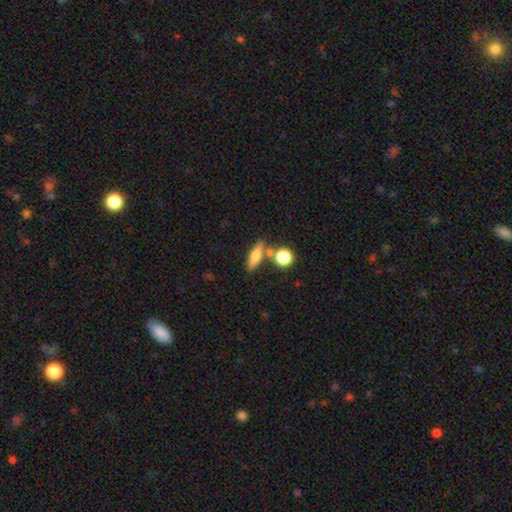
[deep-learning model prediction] Smooth or featured? Predicted: smooth (p=0.72). How rounded? Predicted: cigar-shaped (p=0.49). Merging? Predicted: none (p=0.67).